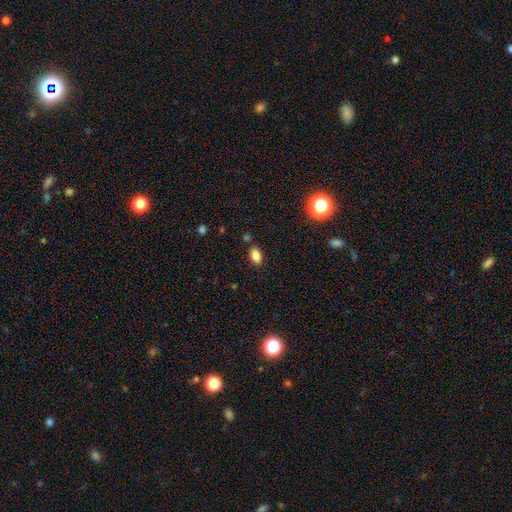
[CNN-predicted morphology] smooth 84%, star or artifact 10%, featured or disk 5%. Down the decision tree: how rounded — in between (89%); merging — none (83%).